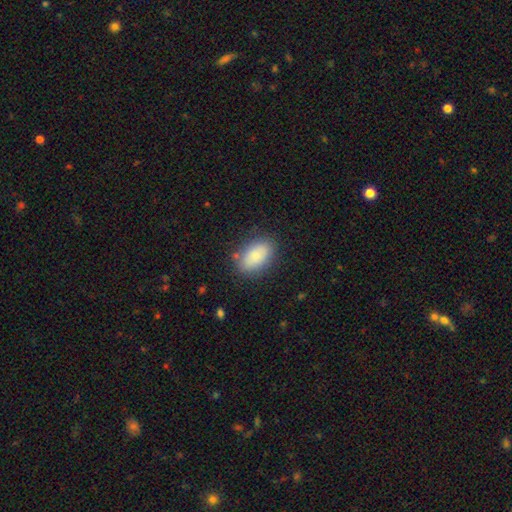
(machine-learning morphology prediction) A smooth galaxy with no disk features (88%) that is in between round and cigar-shaped (92%).

Vote fractions:
- Smooth or featured? smooth: 88% / star or artifact: 7% / featured or disk: 5%
- How rounded? in between: 92% / round: 6% / cigar-shaped: 2%
- Merging? none: 82% / minor disturbance: 12% / major disturbance: 4% / merger: 2%